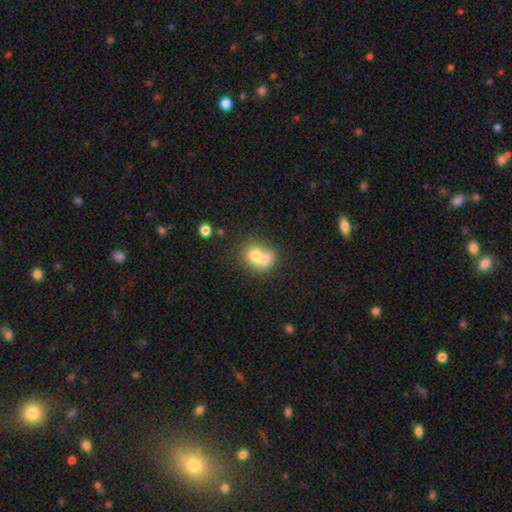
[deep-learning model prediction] The model was most divided on "how rounded": round: 67%, in between: 32%, cigar-shaped: 1%. More confident: smooth or featured — smooth (69%); merging — merger (68%).